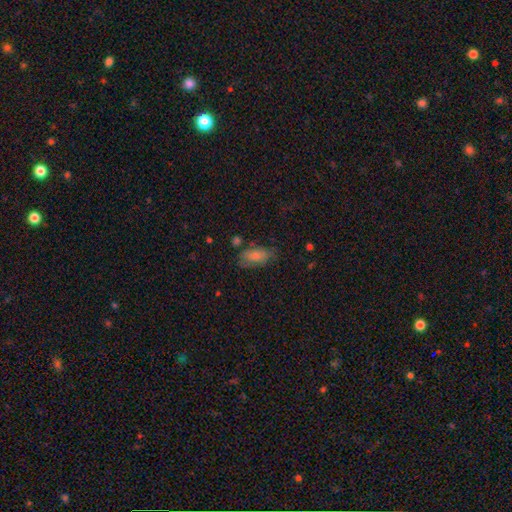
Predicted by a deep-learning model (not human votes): The model was most divided on "merging": none: 63%, minor disturbance: 24%, major disturbance: 9%, merger: 5%. More confident: how rounded — in between (88%); smooth or featured — smooth (77%).